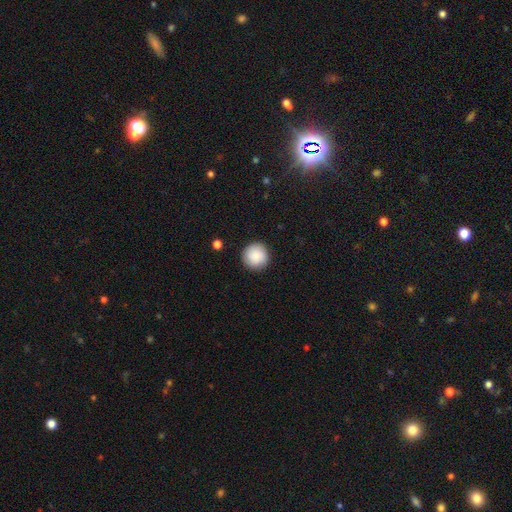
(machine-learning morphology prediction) type=smooth (87%); roundness=round (96%); merging=none (90%).